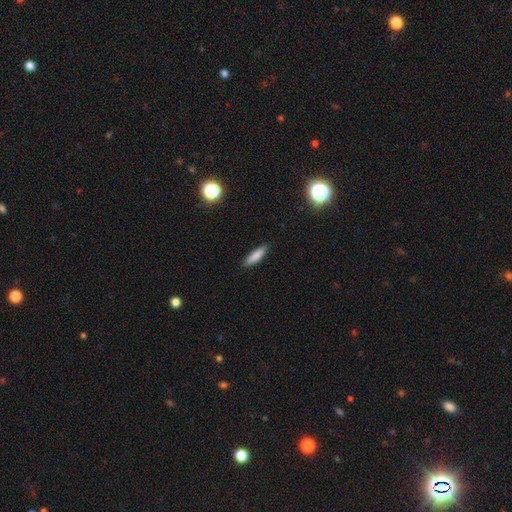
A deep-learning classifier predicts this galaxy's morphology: type=smooth (83%); roundness=cigar-shaped (68%); merging=none (88%).